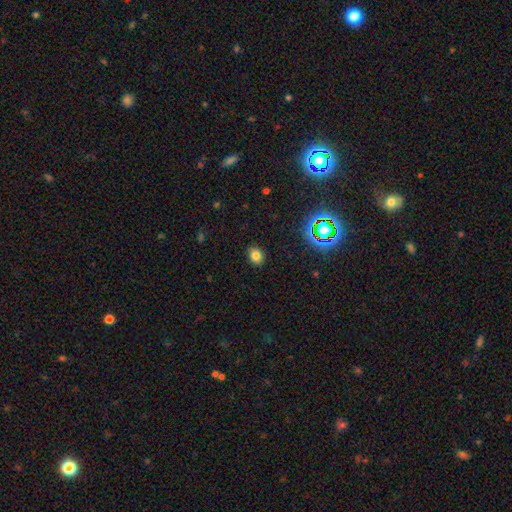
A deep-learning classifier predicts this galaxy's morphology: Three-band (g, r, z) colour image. It shows a smooth galaxy with no disk features (79%) that is in between round and cigar-shaped (51%). Merging: none (89%).